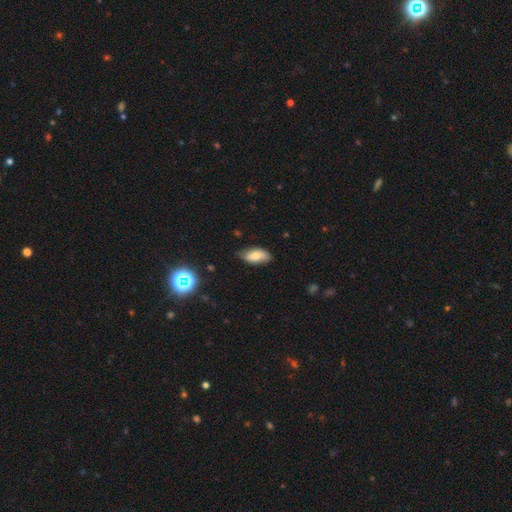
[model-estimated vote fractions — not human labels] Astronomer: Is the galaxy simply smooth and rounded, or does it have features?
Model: smooth — 72%.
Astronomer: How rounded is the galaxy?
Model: in between — 91%.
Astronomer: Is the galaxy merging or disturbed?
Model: none — 74%.